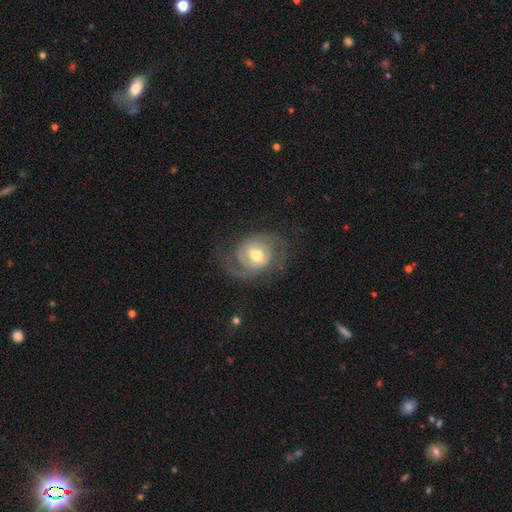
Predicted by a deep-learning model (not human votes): Smooth or featured: featured or disk — 76% (smooth — 19%)
Edge-on disk: no — 97% (yes — 3%)
Bar: no — 52% (weak — 38%)
Spiral arms: yes — 88% (no — 12%)
Spiral winding: tight — 40% (medium — 39%)
Spiral arm count: 2 — 64% (can't tell — 13%)
Bulge size: moderate — 74% (large — 14%)
Merging: none — 62% (minor disturbance — 19%)